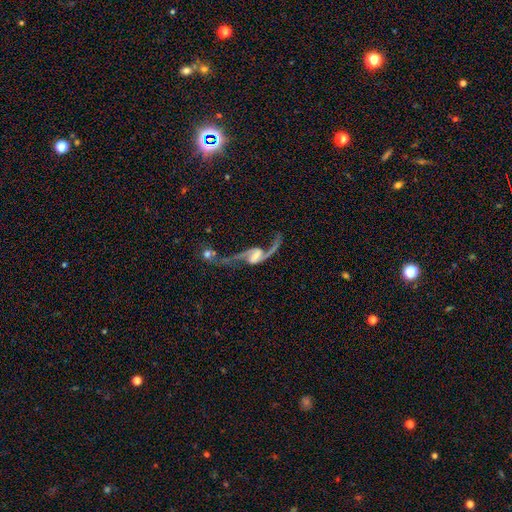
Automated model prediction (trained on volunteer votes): This is clearly a featured or disk galaxy (89%). It is clearly not viewed edge-on (95%). Bar: possibly weak (46%). Spiral arm pattern: clearly yes (94%). Spiral arm count: clearly 2 (91%). Spiral winding: clearly loose (86%). Central bulge: marginally small (34%). Merging: marginally none (34%).